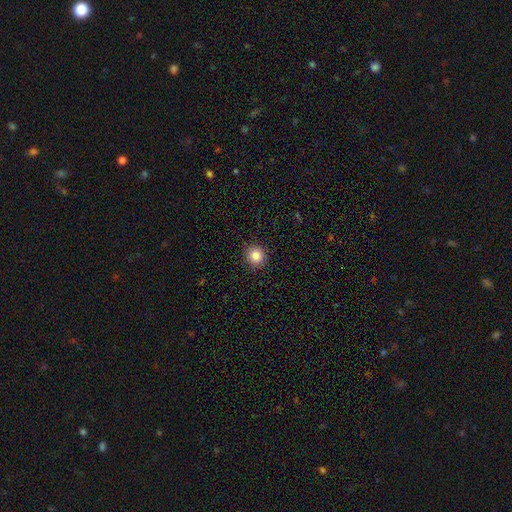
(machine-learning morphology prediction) A smooth galaxy with no disk features (84%) that is round (90%).

Vote fractions:
- Smooth or featured? smooth: 84% / star or artifact: 10% / featured or disk: 6%
- How rounded? round: 90% / in between: 9% / cigar-shaped: 1%
- Merging? none: 92% / minor disturbance: 6% / major disturbance: 2% / merger: 1%